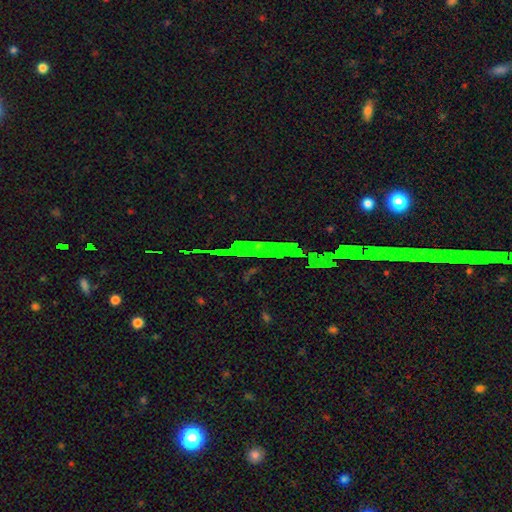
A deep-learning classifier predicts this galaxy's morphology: A star or artifact, not a galaxy (77%).

Vote fractions:
- Smooth or featured? star or artifact: 77% / featured or disk: 13% / smooth: 10%